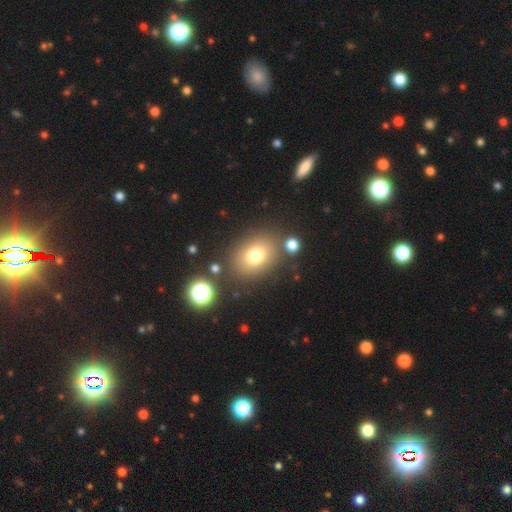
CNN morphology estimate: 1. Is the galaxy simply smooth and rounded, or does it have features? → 75% smooth, 14% star or artifact, 12% featured or disk.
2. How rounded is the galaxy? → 59% in between, 40% round, 1% cigar-shaped.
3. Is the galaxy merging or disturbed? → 80% none, 10% minor disturbance, 6% merger, 4% major disturbance.